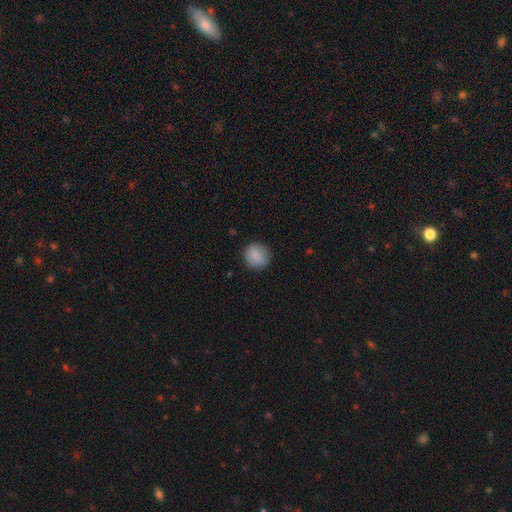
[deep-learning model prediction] Smooth or featured? smooth (88%)
How rounded? round (86%)
Merging? none (85%)